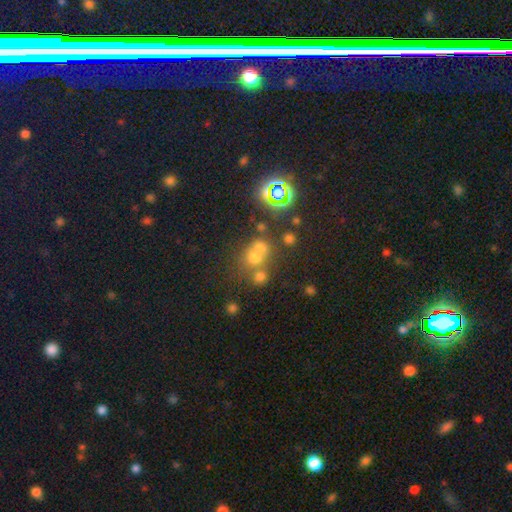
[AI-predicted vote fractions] Q: Smooth or featured?
A: smooth (51%); runner-up: star or artifact (33%)
Q: How rounded?
A: round (81%); runner-up: in between (18%)
Q: Merging?
A: merger (44%); tied with: none (44%)